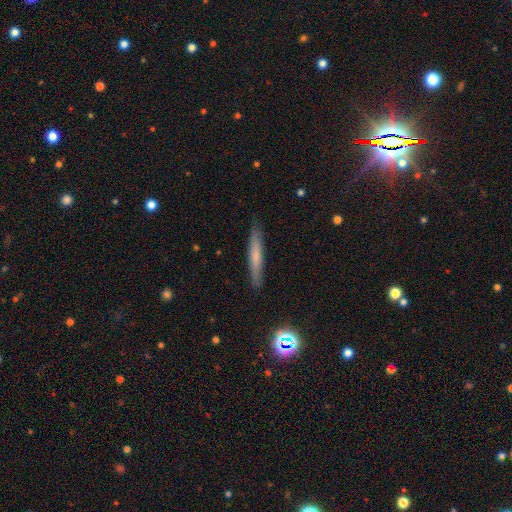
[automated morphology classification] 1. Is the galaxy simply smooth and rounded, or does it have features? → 61% smooth, 31% featured or disk, 8% star or artifact.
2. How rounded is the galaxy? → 94% cigar-shaped, 5% in between, 1% round.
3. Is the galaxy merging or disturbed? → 88% none, 9% minor disturbance, 2% major disturbance, 1% merger.